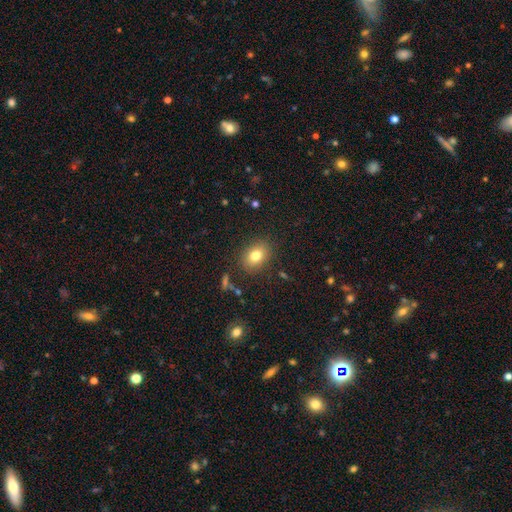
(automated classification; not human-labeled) Smooth or featured?
  - smooth: 79% *
  - star or artifact: 11%
  - featured or disk: 10%
How rounded?
  - in between: 64% *
  - round: 34%
  - cigar-shaped: 1%
Merging?
  - none: 86% *
  - minor disturbance: 10%
  - major disturbance: 3%
  - merger: 2%